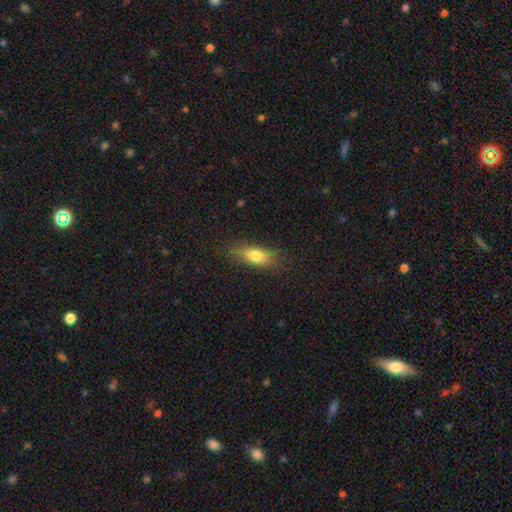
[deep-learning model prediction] Smooth or featured? Predicted: smooth (p=0.76). How rounded? Predicted: in between (p=0.71). Merging? Predicted: none (p=0.80).